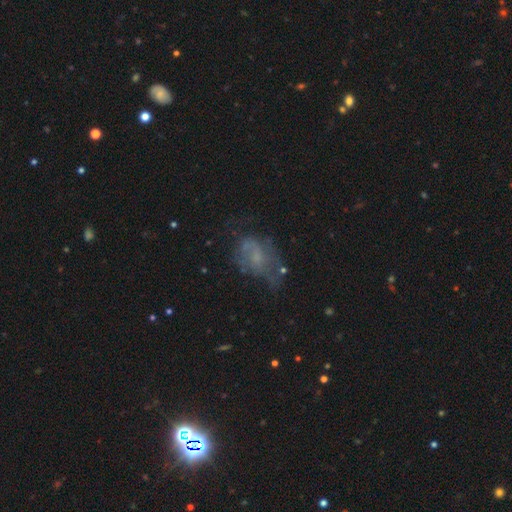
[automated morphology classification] Smooth or featured? Predicted: featured or disk (p=0.44). Merging? Predicted: none (p=0.38).